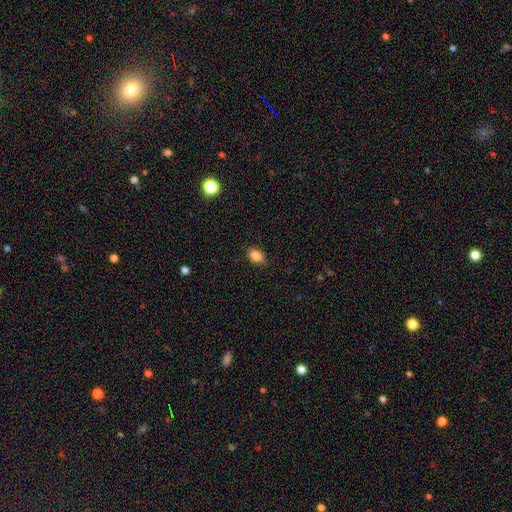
smooth 87%, star or artifact 8%, featured or disk 5%. Down the decision tree: how rounded — in between (64%); merging — none (77%).